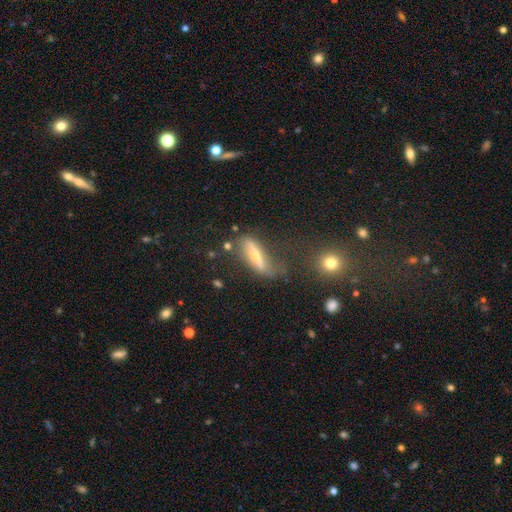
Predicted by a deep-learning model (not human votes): This is possibly a featured or disk galaxy (55%). It is possibly viewed edge-on (59%). Merging: possibly none (49%).